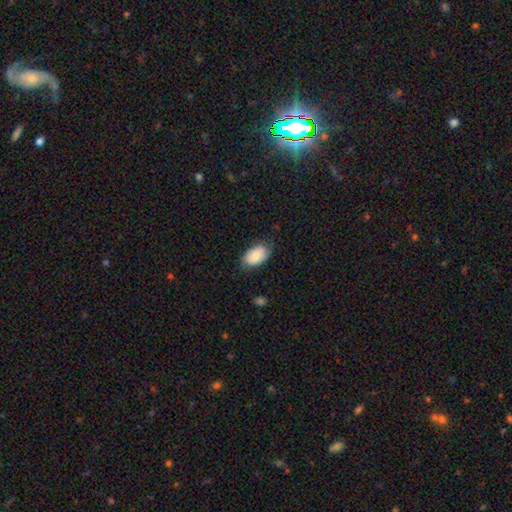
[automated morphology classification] Smooth or featured?
  - smooth: 77% *
  - featured or disk: 16%
  - star or artifact: 7%
How rounded?
  - in between: 91% *
  - round: 7%
  - cigar-shaped: 1%
Merging?
  - none: 73% *
  - minor disturbance: 22%
  - major disturbance: 5%
  - merger: 1%